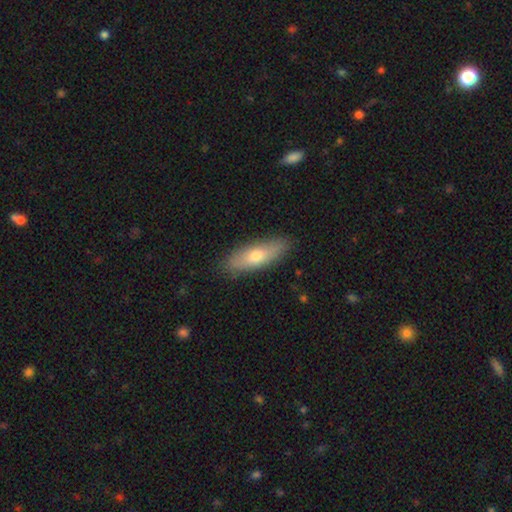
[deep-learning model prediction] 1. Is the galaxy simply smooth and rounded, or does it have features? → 68% smooth, 26% featured or disk, 6% star or artifact.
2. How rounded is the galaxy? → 54% in between, 43% cigar-shaped, 3% round.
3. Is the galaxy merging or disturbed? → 85% none, 11% minor disturbance, 2% major disturbance, 1% merger.